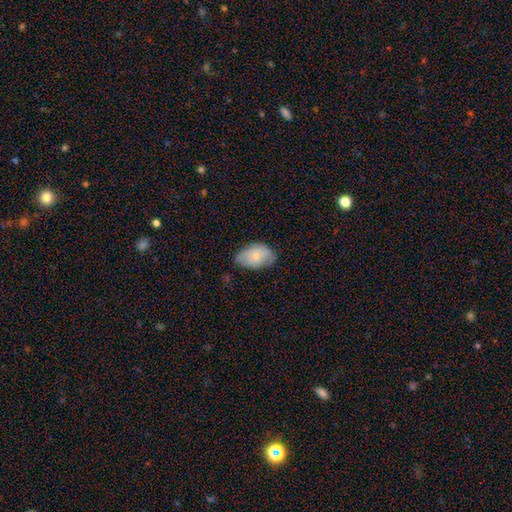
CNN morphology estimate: Smooth or featured: smooth — 73% (featured or disk — 20%)
How rounded: in between — 91% (round — 8%)
Merging: none — 59% (minor disturbance — 33%)